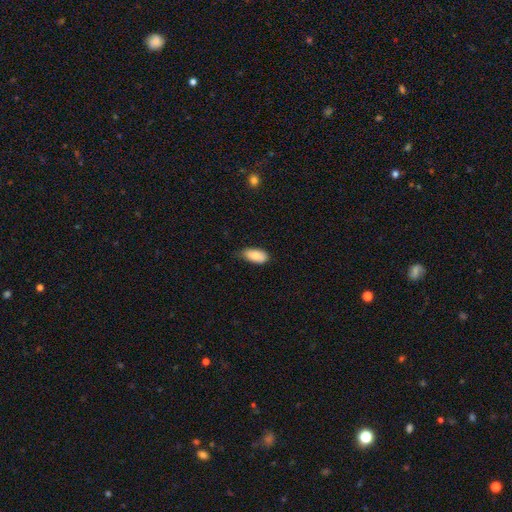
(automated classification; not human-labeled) This is clearly a smooth galaxy (84%). How rounded: clearly in between (93%). Merging: likely none (61%).